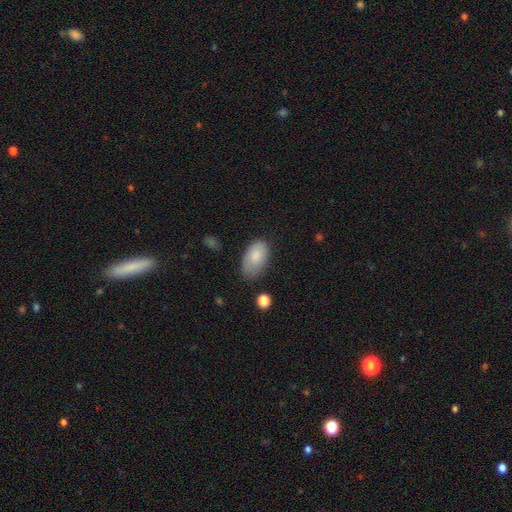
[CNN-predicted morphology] Smooth or featured? smooth (83%)
How rounded? in between (94%)
Merging? none (64%)